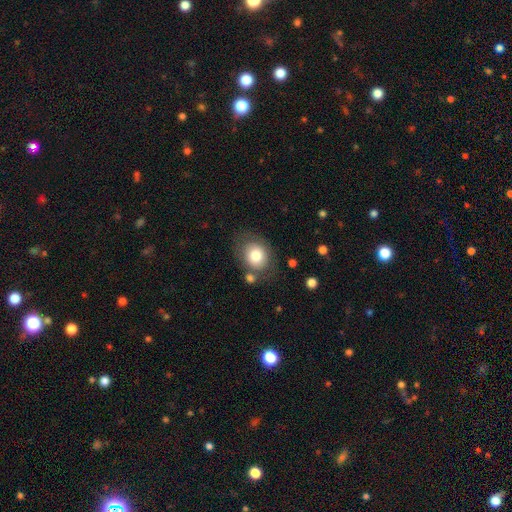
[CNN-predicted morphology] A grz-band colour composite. It shows a smooth galaxy with no disk features (78%) that is round (57%). Merging: none (70%).